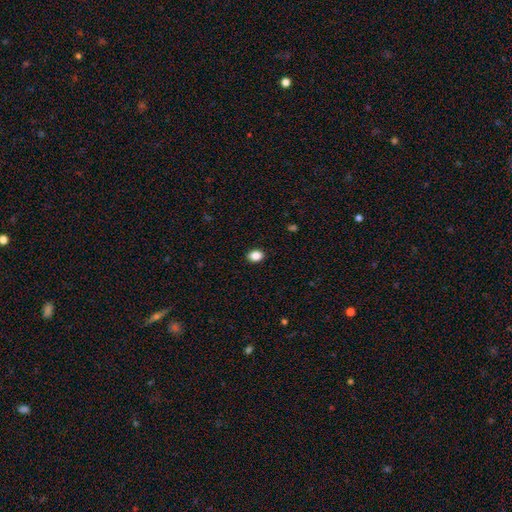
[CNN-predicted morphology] Overall: smooth (88%). How rounded: in between (67%; round 32%). Merging: none (91%).